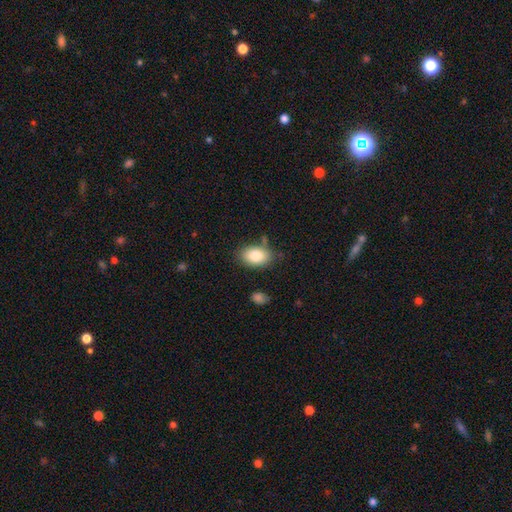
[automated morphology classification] A smooth galaxy with no disk features (83%) that is in between round and cigar-shaped (88%).

Vote fractions:
- Smooth or featured? smooth: 83% / featured or disk: 10% / star or artifact: 7%
- How rounded? in between: 88% / round: 10% / cigar-shaped: 1%
- Merging? none: 78% / minor disturbance: 14% / merger: 4% / major disturbance: 3%